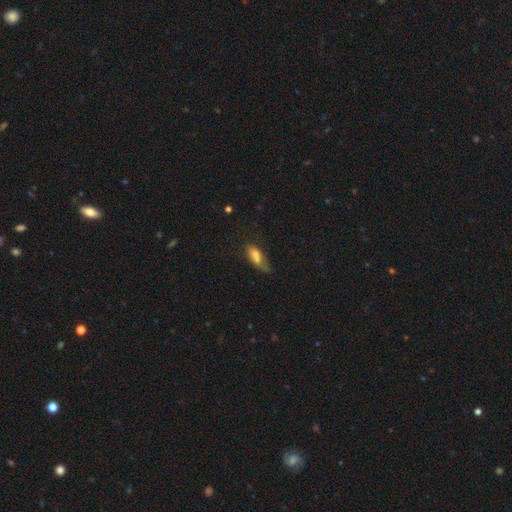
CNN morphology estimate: type=smooth (69%); roundness=in between (71%); merging=none (35%).